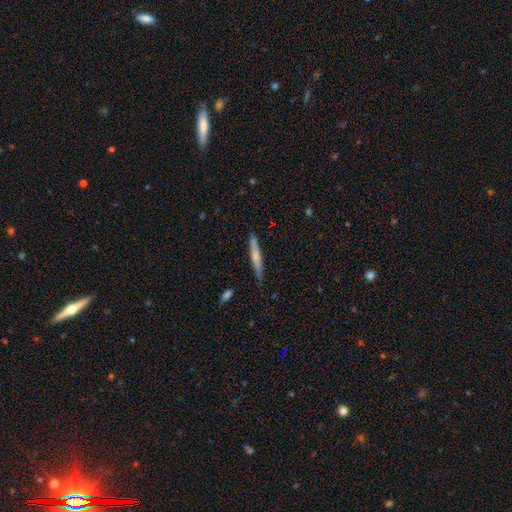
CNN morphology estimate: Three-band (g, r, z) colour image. It shows a smooth galaxy with no disk features (57%) that is cigar-shaped (95%). Merging: none (83%).